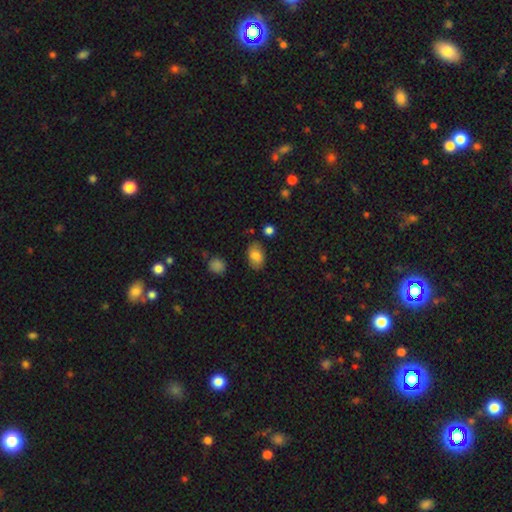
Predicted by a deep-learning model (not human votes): Morphology: type=smooth (82%); roundness=in between (87%); merging=none (80%).